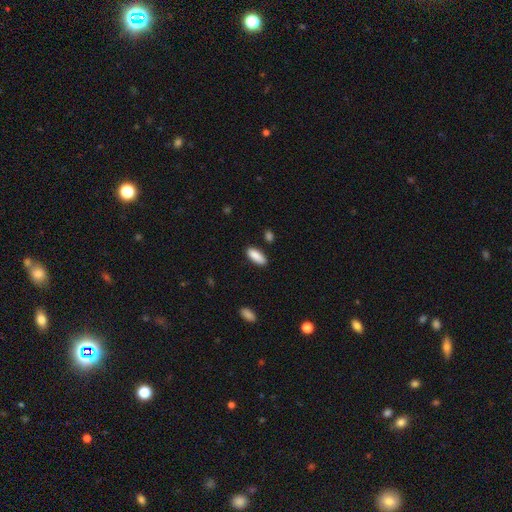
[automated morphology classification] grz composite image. It shows a smooth galaxy with no disk features (89%) that is in between round and cigar-shaped (75%). Merging: none (85%).